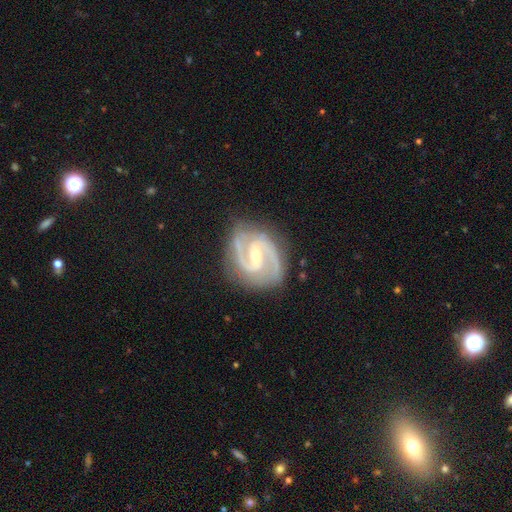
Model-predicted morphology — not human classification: Smooth or featured? Predicted: featured or disk (p=0.93). Edge-on disk? Predicted: no (p=0.98). Bar? Predicted: weak (p=0.45). Spiral arms? Predicted: yes (p=0.98). Spiral winding? Predicted: medium (p=0.56). Spiral arm count? Predicted: 2 (p=0.88). Bulge size? Predicted: small (p=0.58). Merging? Predicted: none (p=0.81).